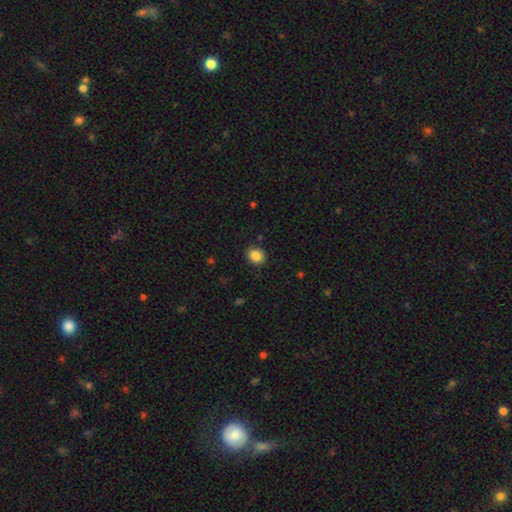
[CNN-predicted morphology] This is clearly a smooth galaxy (87%). How rounded: likely round (64%). Merging: clearly none (88%).